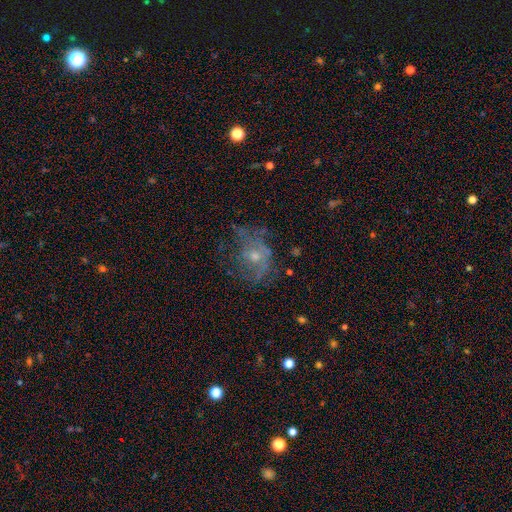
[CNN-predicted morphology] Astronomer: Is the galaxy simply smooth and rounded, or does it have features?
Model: featured or disk — 57%.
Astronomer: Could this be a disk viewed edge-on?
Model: no — 97%.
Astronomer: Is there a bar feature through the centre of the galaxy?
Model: no — 79%.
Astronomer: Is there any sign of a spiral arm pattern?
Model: no — 53% (runner-up: yes, 47%).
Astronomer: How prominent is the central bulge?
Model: small — 49% (runner-up: moderate, 44%).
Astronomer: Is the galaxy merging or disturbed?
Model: none — 44% (runner-up: major disturbance, 30%).